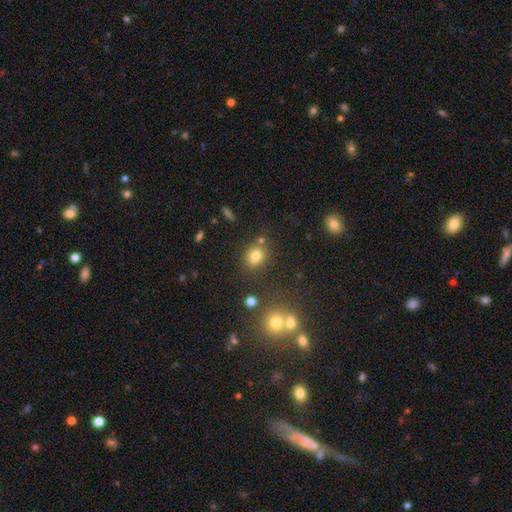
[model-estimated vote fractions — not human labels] Morphology: type=smooth (74%); roundness=round (70%); merging=none (71%).